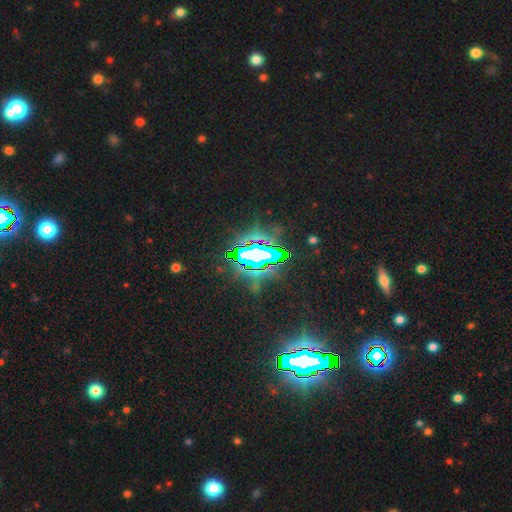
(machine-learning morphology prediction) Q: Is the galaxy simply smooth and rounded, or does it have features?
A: star or artifact — 78%.